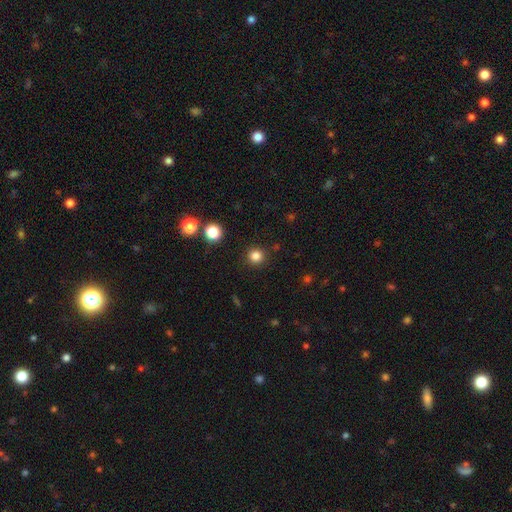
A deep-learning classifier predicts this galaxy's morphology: A smooth galaxy with no disk features (82%) that is round (94%). Merging: none (91%).